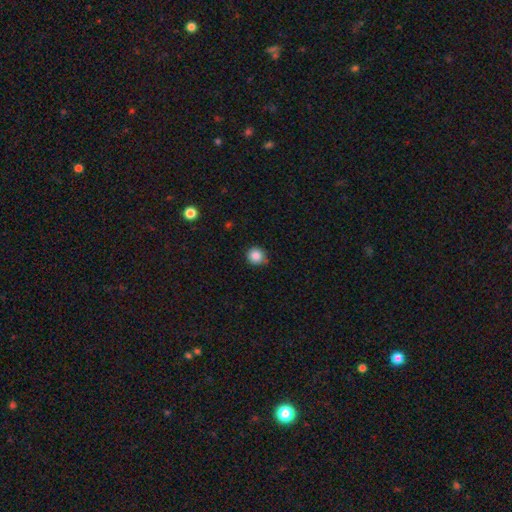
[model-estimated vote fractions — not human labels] This appears to be a smooth galaxy with no disk features (85%) that is round (91%). Merging: none (76%).